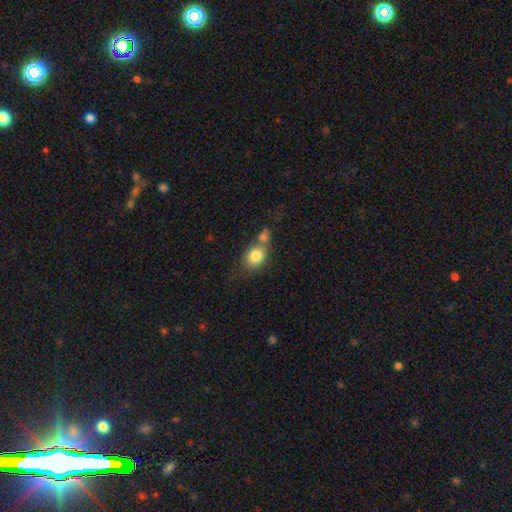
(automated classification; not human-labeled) Morphology: type=smooth (79%); roundness=in between (53%); merging=merger (46%).